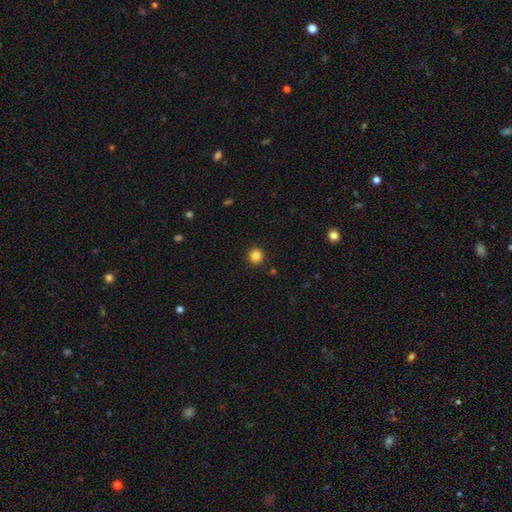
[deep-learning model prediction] smooth 85%, star or artifact 11%, featured or disk 4%. Down the decision tree: how rounded — round (93%); merging — none (92%).